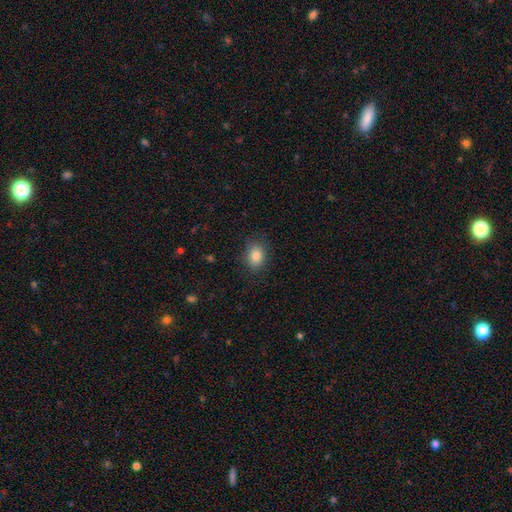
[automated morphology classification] Q: Smooth or featured?
A: smooth (83%); runner-up: star or artifact (10%)
Q: How rounded?
A: in between (63%); runner-up: round (36%)
Q: Merging?
A: none (86%); runner-up: minor disturbance (11%)